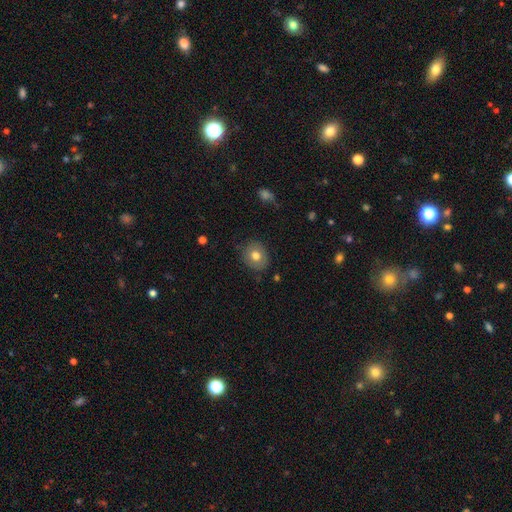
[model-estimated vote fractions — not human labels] A smooth galaxy with no disk features (74%) that is round (69%). Merging: none (82%).